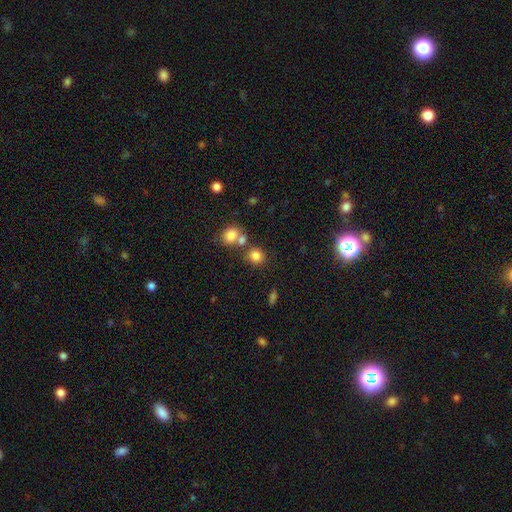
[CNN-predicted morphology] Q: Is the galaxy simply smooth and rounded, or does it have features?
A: smooth — 81%.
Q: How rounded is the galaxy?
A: round — 80%.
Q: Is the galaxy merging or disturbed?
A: none — 62%.